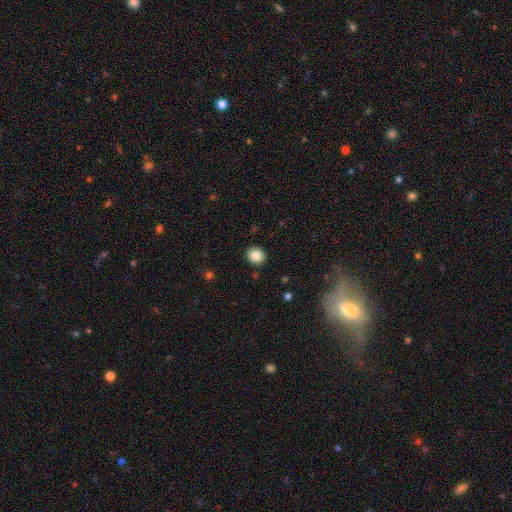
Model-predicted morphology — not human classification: Q: Smooth or featured?
A: smooth (85%); runner-up: star or artifact (10%)
Q: How rounded?
A: round (79%); runner-up: in between (20%)
Q: Merging?
A: none (91%); runner-up: minor disturbance (6%)